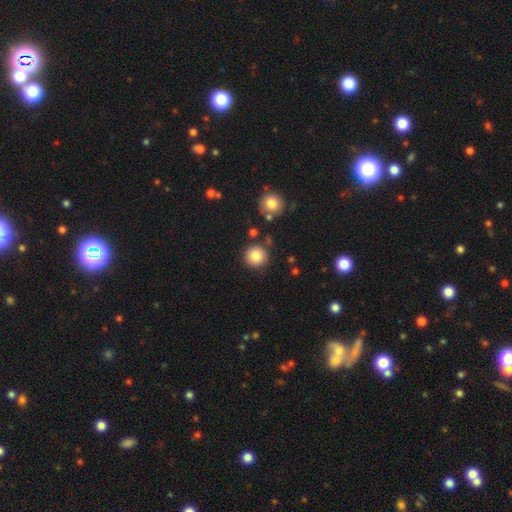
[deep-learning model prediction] A smooth galaxy with no disk features (84%) that is round (94%).

Vote fractions:
- Smooth or featured? smooth: 84% / star or artifact: 10% / featured or disk: 6%
- How rounded? round: 94% / in between: 5% / cigar-shaped: 1%
- Merging? none: 85% / minor disturbance: 8% / merger: 4% / major disturbance: 3%